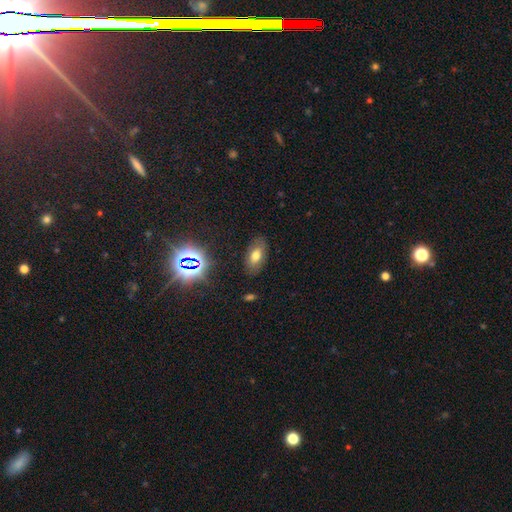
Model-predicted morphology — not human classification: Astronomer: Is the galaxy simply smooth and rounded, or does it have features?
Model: smooth — 60%.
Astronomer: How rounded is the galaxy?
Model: in between — 91%.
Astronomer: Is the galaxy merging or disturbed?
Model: none — 81%.